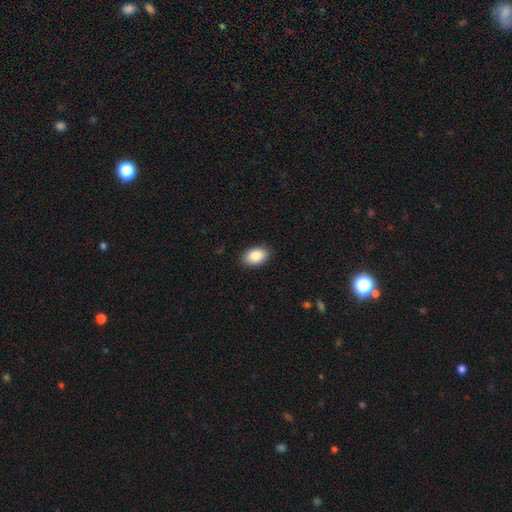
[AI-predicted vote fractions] Morphology: type=smooth (89%); roundness=in between (90%); merging=none (89%).